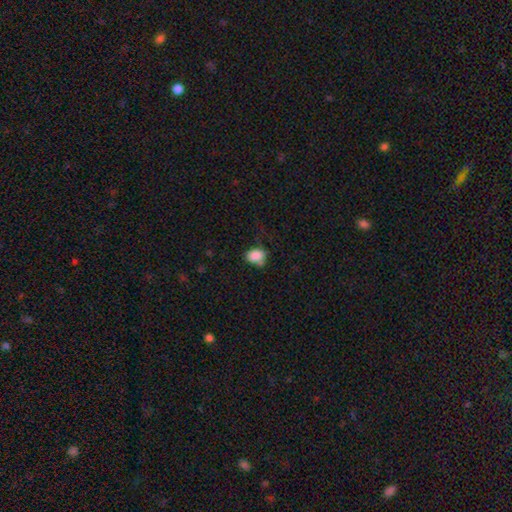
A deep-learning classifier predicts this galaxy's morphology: A smooth galaxy with no disk features (85%) that is in between round and cigar-shaped (72%).

Vote fractions:
- Smooth or featured? smooth: 85% / star or artifact: 9% / featured or disk: 6%
- How rounded? in between: 72% / round: 27% / cigar-shaped: 1%
- Merging? none: 51% / minor disturbance: 26% / merger: 13% / major disturbance: 10%